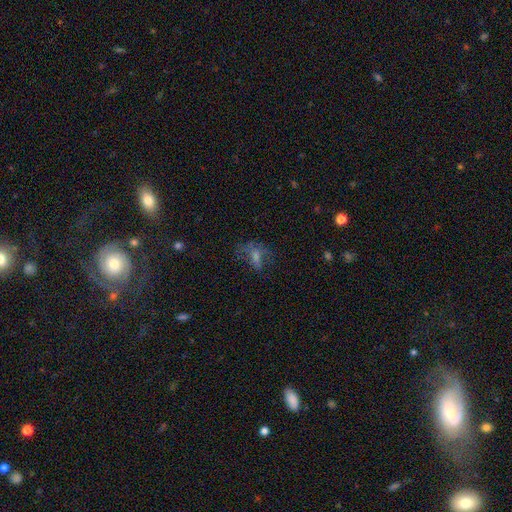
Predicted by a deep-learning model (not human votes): smooth-or-featured: featured or disk: 39% | smooth: 32% | star or artifact: 29%
  merging: none: 46% | major disturbance: 31% | minor disturbance: 20% | merger: 3%